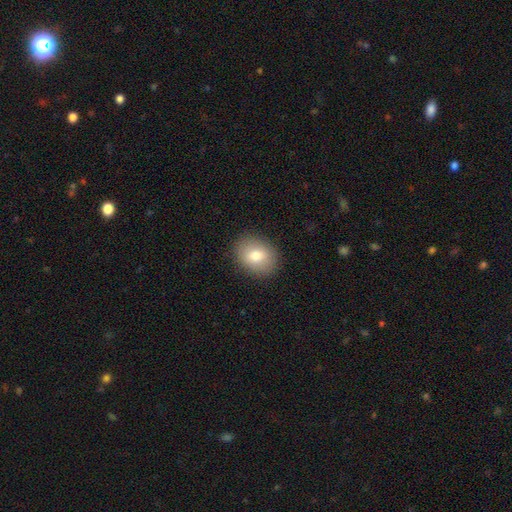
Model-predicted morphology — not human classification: A smooth galaxy with no disk features (78%) that is in between round and cigar-shaped (52%).

Vote fractions:
- Smooth or featured? smooth: 78% / featured or disk: 13% / star or artifact: 9%
- How rounded? in between: 52% / round: 47% / cigar-shaped: 1%
- Merging? none: 89% / minor disturbance: 8% / major disturbance: 2% / merger: 1%